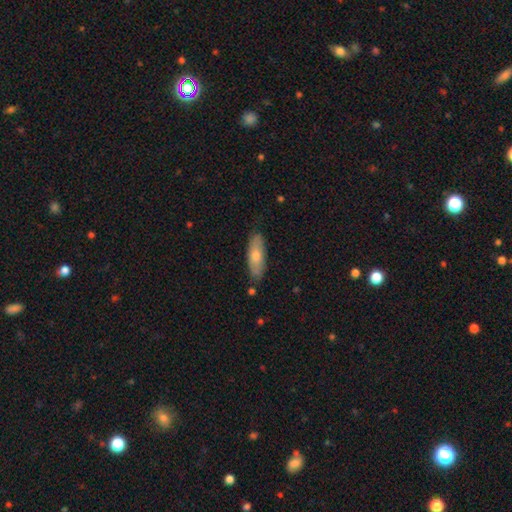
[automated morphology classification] Smooth or featured?
  - smooth: 66% *
  - featured or disk: 28%
  - star or artifact: 6%
How rounded?
  - in between: 55% *
  - cigar-shaped: 43%
  - round: 2%
Merging?
  - none: 84% *
  - minor disturbance: 12%
  - merger: 2%
  - major disturbance: 2%